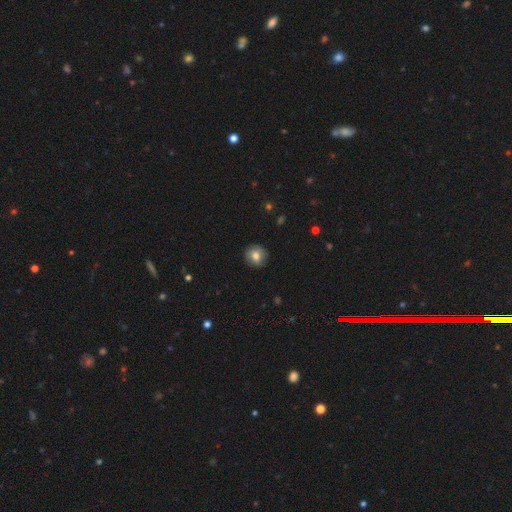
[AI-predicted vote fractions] Morphology: type=smooth (76%); roundness=round (89%); merging=none (87%).